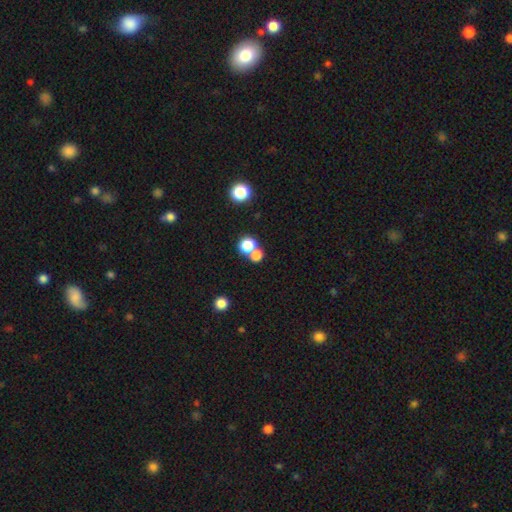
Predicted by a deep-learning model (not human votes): Smooth or featured: smooth — 77% (star or artifact — 14%)
How rounded: round — 77% (in between — 22%)
Merging: none — 46% (merger — 45%)